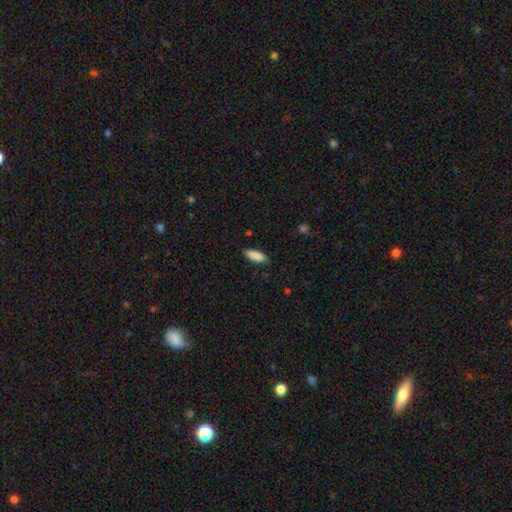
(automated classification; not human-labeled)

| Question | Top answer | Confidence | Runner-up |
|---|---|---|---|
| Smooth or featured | smooth | 88% | star or artifact (6%) |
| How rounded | in between | 61% | cigar-shaped (37%) |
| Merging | none | 85% | minor disturbance (11%) |